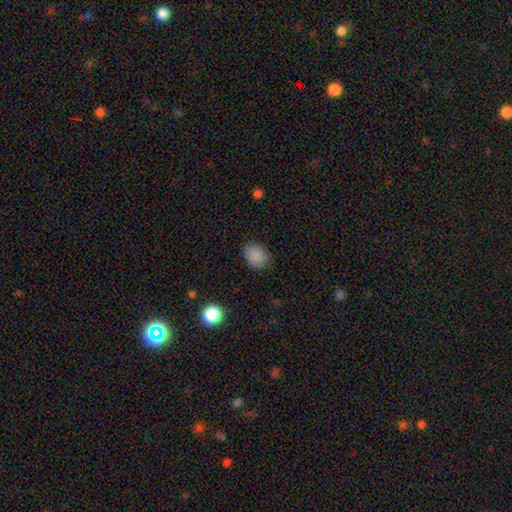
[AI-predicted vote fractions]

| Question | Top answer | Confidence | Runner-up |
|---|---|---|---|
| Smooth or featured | smooth | 86% | star or artifact (10%) |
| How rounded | in between | 56% | round (43%) |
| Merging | none | 84% | minor disturbance (12%) |